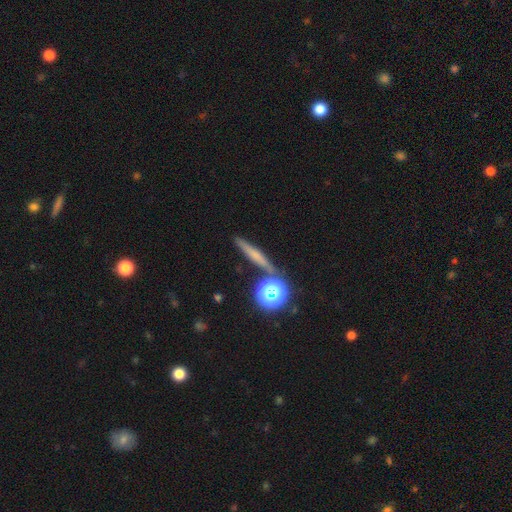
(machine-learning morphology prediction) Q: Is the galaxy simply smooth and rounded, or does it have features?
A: smooth — 50%.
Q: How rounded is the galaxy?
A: cigar-shaped — 72%.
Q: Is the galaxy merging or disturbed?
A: none — 82%.